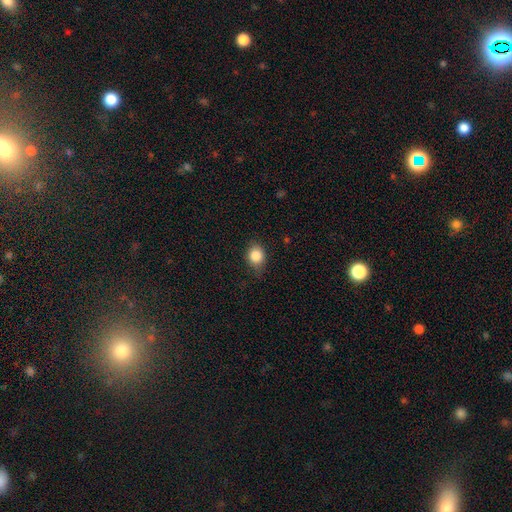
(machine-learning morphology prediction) A smooth galaxy with no disk features (84%) that is round (56%). Merging: none (74%).